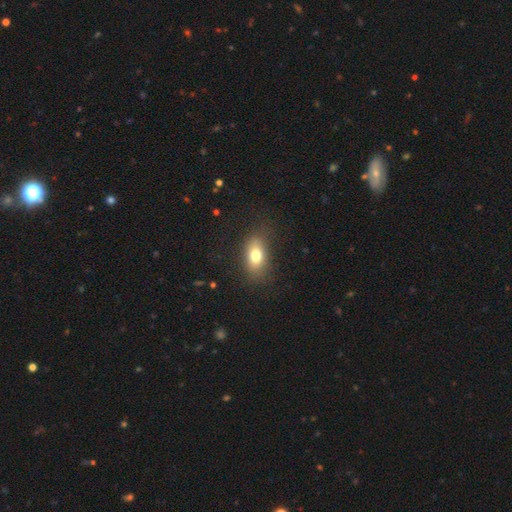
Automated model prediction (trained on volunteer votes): A smooth galaxy with no disk features (76%) that is in between round and cigar-shaped (84%). Merging: none (74%).